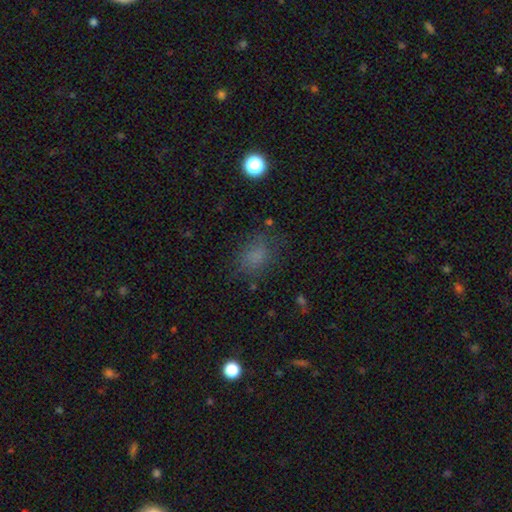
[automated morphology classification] A smooth galaxy with no disk features (74%) that is in between round and cigar-shaped (65%).

Vote fractions:
- Smooth or featured? smooth: 74% / star or artifact: 18% / featured or disk: 8%
- How rounded? in between: 65% / round: 33% / cigar-shaped: 2%
- Merging? none: 70% / minor disturbance: 19% / major disturbance: 9% / merger: 2%